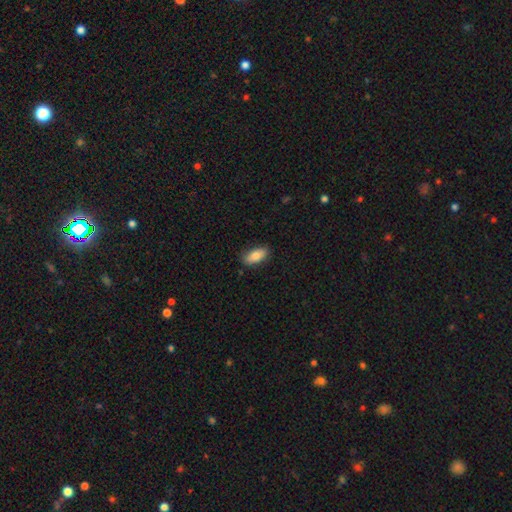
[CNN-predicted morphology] smooth 80%, featured or disk 14%, star or artifact 7%. Down the decision tree: how rounded — in between (90%); merging — none (83%).